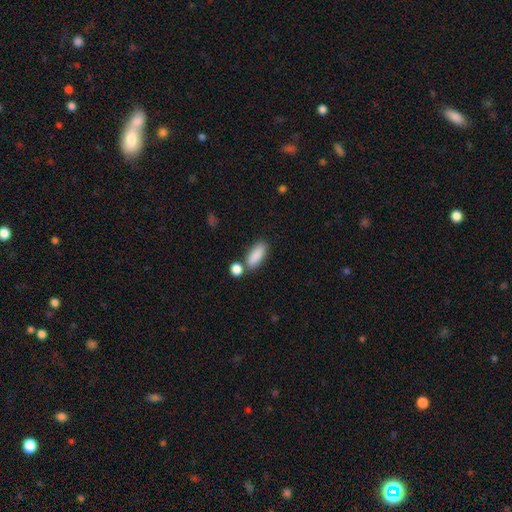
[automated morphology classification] Smooth or featured?
  - smooth: 88% *
  - star or artifact: 7%
  - featured or disk: 5%
How rounded?
  - in between: 76% *
  - cigar-shaped: 21%
  - round: 4%
Merging?
  - none: 68% *
  - merger: 16%
  - minor disturbance: 12%
  - major disturbance: 4%